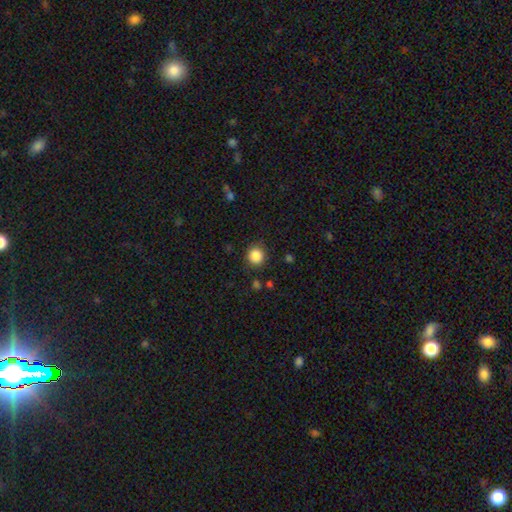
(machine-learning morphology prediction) Smooth or featured: smooth — 86% (star or artifact — 10%)
How rounded: round — 89% (in between — 10%)
Merging: none — 87% (minor disturbance — 8%)